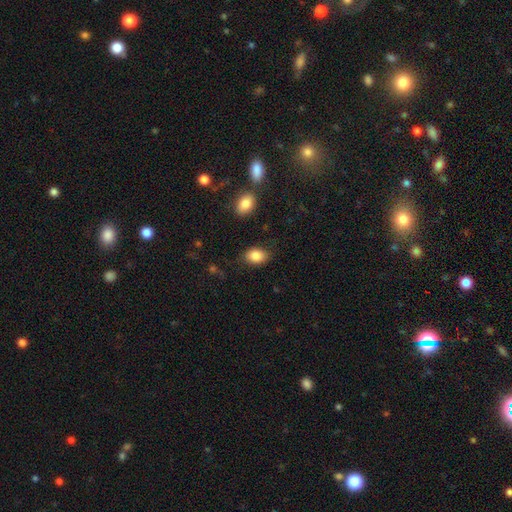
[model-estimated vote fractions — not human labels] smooth-or-featured: smooth: 86% | star or artifact: 8% | featured or disk: 6%
  how-rounded: in between: 82% | round: 17% | cigar-shaped: 1%
  merging: none: 80% | minor disturbance: 14% | major disturbance: 4% | merger: 2%